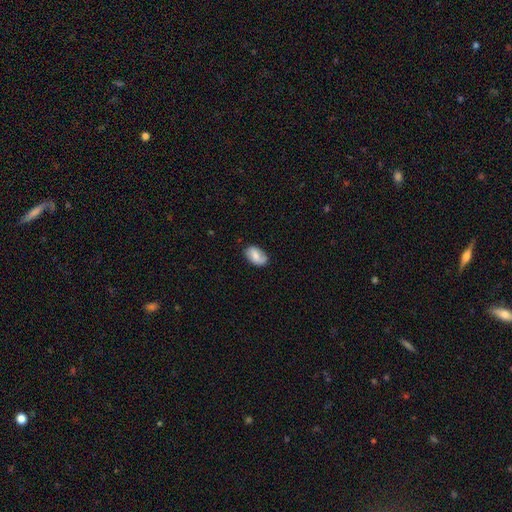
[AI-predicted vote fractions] Q: Smooth or featured?
A: smooth (63%); runner-up: featured or disk (30%)
Q: How rounded?
A: in between (91%); runner-up: round (7%)
Q: Merging?
A: none (79%); runner-up: minor disturbance (17%)